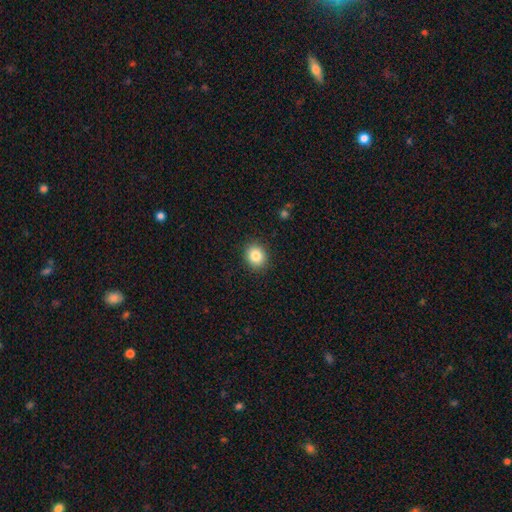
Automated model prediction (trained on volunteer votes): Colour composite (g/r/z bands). It shows a smooth galaxy with no disk features (84%) that is round (69%). Merging: none (90%).